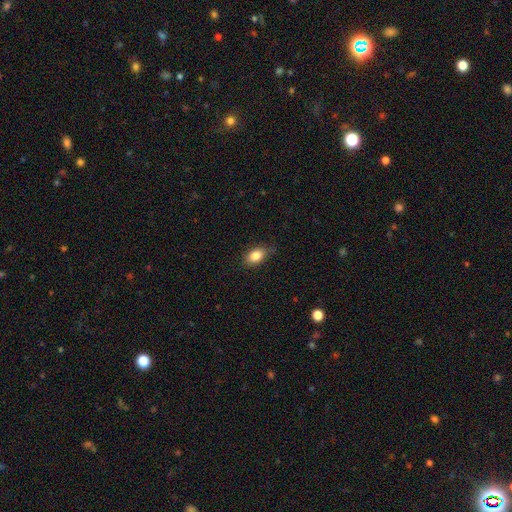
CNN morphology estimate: Smooth or featured: smooth — 85% (star or artifact — 8%)
How rounded: in between — 87% (round — 11%)
Merging: none — 79% (minor disturbance — 17%)